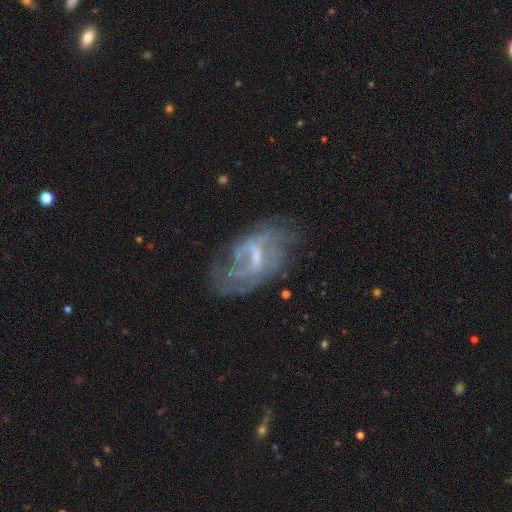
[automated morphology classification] This is likely a featured or disk galaxy (78%). It is clearly not viewed edge-on (95%). Bar: possibly weak (52%). Spiral arm pattern: likely yes (72%). Spiral arm count: marginally can't tell (41%). Spiral winding: marginally medium (40%). Central bulge: marginally small (43%). Merging: possibly none (50%).